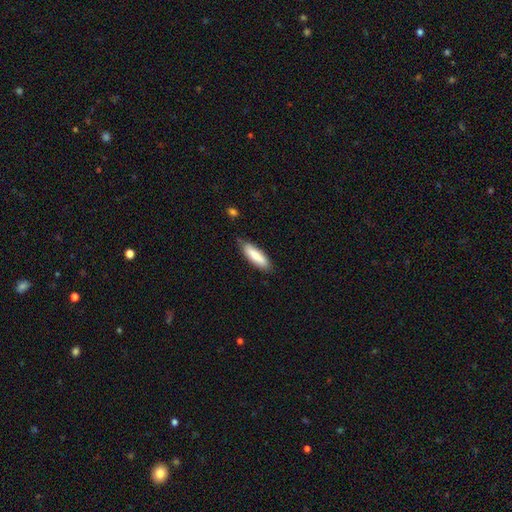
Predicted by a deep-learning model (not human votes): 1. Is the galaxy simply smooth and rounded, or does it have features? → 83% smooth, 11% featured or disk, 6% star or artifact.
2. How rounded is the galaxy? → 57% cigar-shaped, 41% in between, 1% round.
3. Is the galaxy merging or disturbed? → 80% none, 16% minor disturbance, 3% major disturbance, 2% merger.